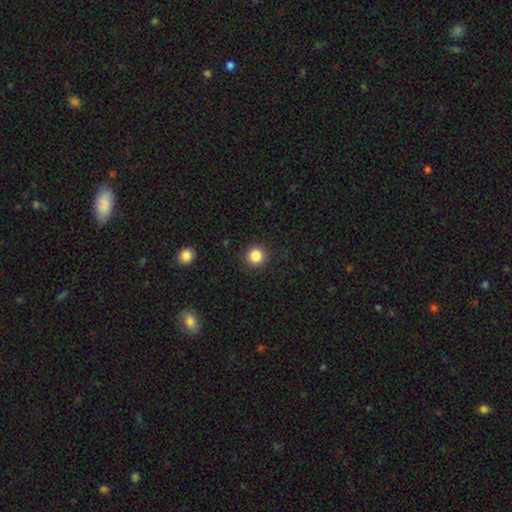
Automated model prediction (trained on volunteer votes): smooth-or-featured: smooth: 86% | star or artifact: 11% | featured or disk: 4%
  how-rounded: round: 93% | in between: 6% | cigar-shaped: 1%
  merging: none: 91% | minor disturbance: 6% | major disturbance: 2% | merger: 1%